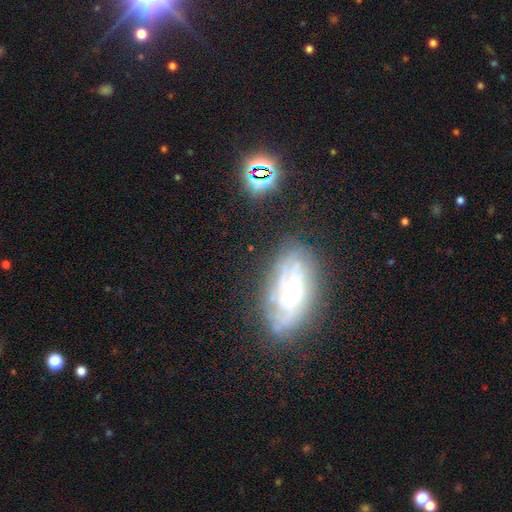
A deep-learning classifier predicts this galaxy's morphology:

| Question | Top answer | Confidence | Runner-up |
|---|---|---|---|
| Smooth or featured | featured or disk | 54% | smooth (28%) |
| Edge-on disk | no | 76% | yes (24%) |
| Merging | none | 77% | minor disturbance (14%) |